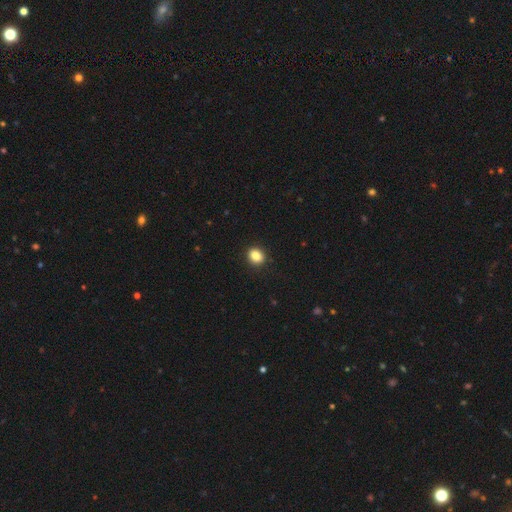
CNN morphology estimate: smooth_or_featured: smooth (p=0.86) [alt: star or artifact p=0.10]
how_rounded: round (p=0.62) [alt: in between p=0.37]
merging: none (p=0.90) [alt: minor disturbance p=0.07]